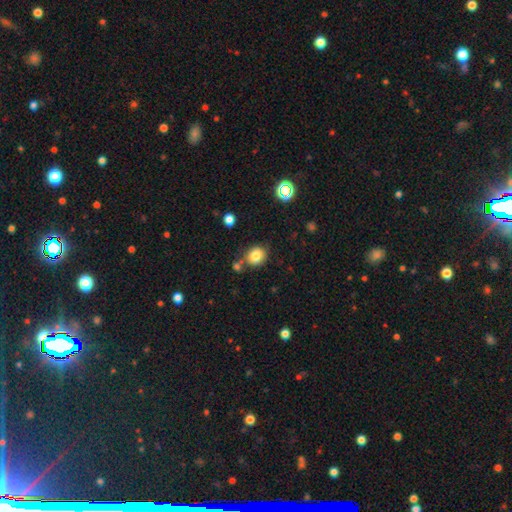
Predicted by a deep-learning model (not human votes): The model was most divided on "how rounded": round: 73%, in between: 26%, cigar-shaped: 1%. More confident: smooth or featured — smooth (81%); merging — none (71%).